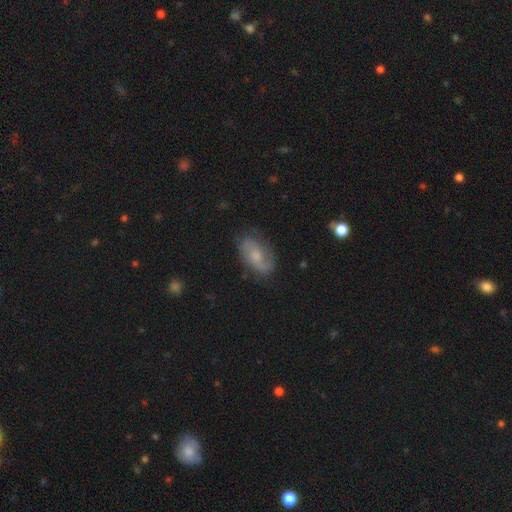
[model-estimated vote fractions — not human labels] A featured or disk galaxy (62%) with no bar (59%), 2 (77%) loose (42%) spiral arms (89%) and a moderate central bulge (46%).

Vote fractions:
- Smooth or featured? featured or disk: 62% / smooth: 30% / star or artifact: 8%
- Edge-on disk? no: 95% / yes: 5%
- Bar? no: 59% / weak: 36% / strong: 5%
- Spiral arms? yes: 89% / no: 11%
- Spiral winding? loose: 42% / medium: 39% / tight: 19%
- Spiral arm count? 2: 77% / can't tell: 12% / 1: 7% / 3: 2% / 4: 1% / more than 4: 1%
- Bulge size? moderate: 46% / small: 42% / none: 8% / large: 4% / dominant: 1%
- Merging? none: 72% / minor disturbance: 20% / major disturbance: 7% / merger: 2%